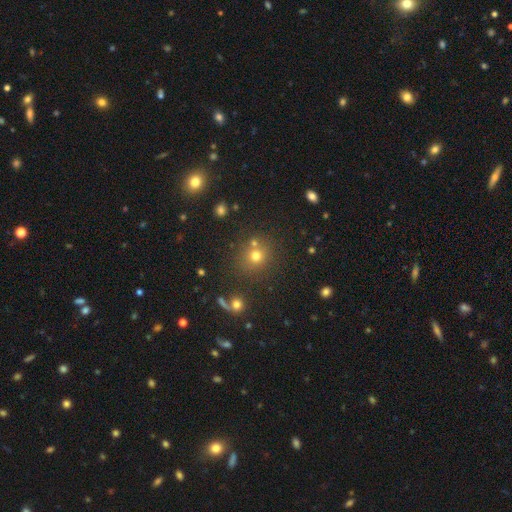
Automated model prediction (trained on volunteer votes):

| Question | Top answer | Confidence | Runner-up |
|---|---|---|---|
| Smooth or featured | smooth | 69% | star or artifact (21%) |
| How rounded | round | 87% | in between (12%) |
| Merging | none | 74% | merger (13%) |